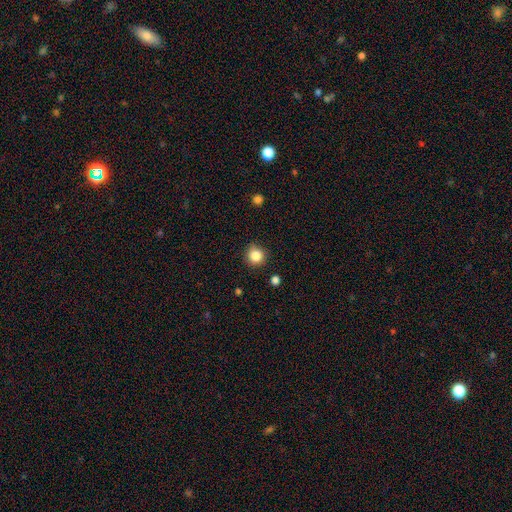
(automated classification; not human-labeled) A smooth galaxy with no disk features (84%) that is round (92%). Merging: none (83%).